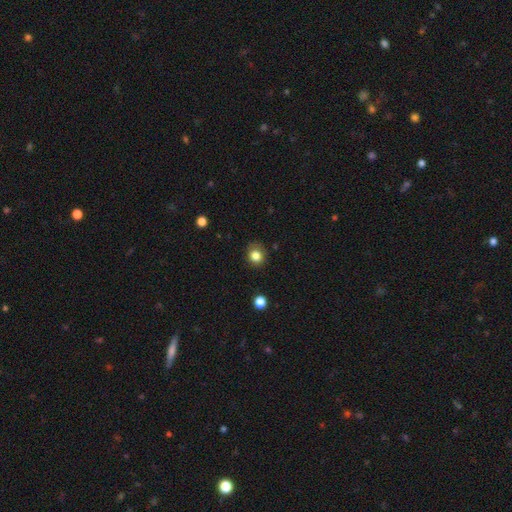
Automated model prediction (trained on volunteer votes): This is clearly a smooth galaxy (83%). How rounded: likely round (76%). Merging: likely none (79%).